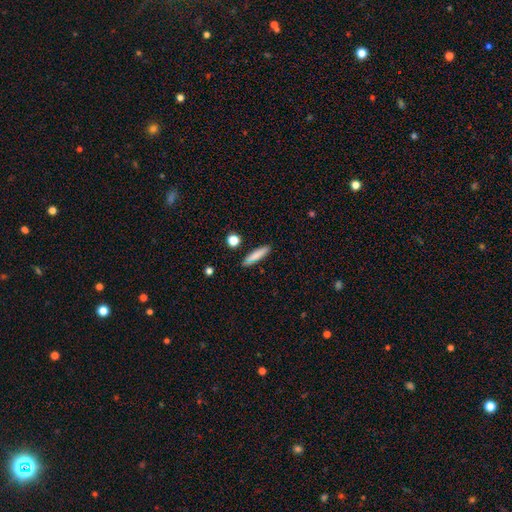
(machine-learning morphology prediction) A smooth galaxy with no disk features (80%) that is cigar-shaped (84%). Merging: none (87%).